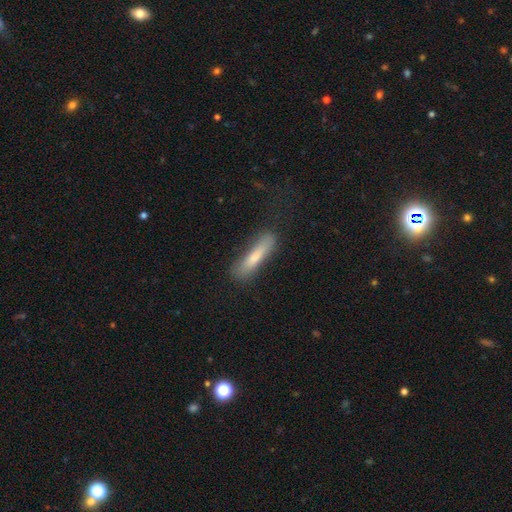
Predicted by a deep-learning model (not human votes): Q: Smooth or featured?
A: smooth (70%); runner-up: featured or disk (22%)
Q: How rounded?
A: cigar-shaped (85%); runner-up: in between (13%)
Q: Merging?
A: none (73%); runner-up: minor disturbance (18%)